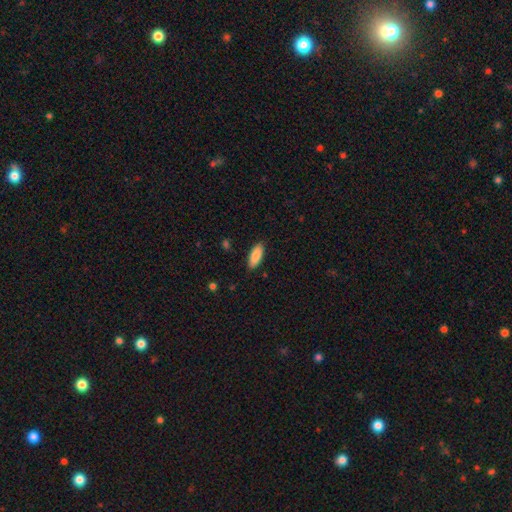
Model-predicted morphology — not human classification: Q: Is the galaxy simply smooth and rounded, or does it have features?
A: smooth — 88%.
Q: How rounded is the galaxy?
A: in between — 75%.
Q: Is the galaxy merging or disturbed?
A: none — 88%.